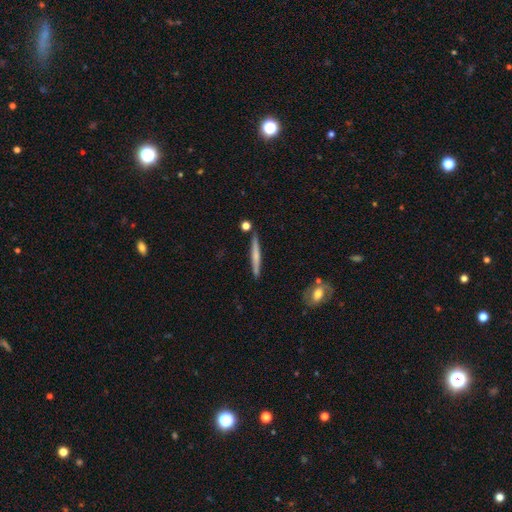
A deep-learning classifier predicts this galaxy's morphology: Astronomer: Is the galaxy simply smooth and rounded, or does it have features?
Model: smooth — 48% (runner-up: featured or disk, 46%).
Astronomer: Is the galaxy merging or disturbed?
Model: none — 86%.